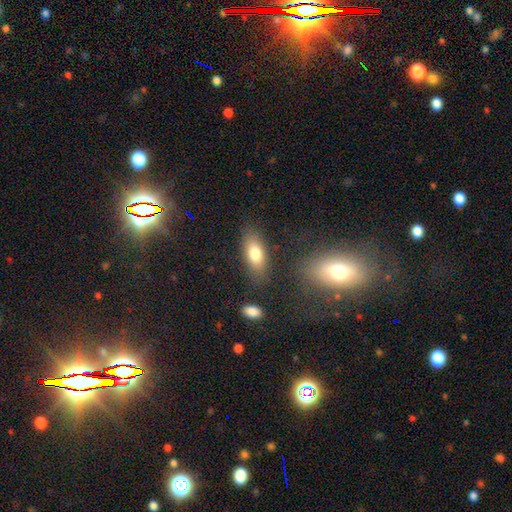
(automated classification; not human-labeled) Morphology: type=smooth (53%); roundness=in between (72%); merging=none (82%).